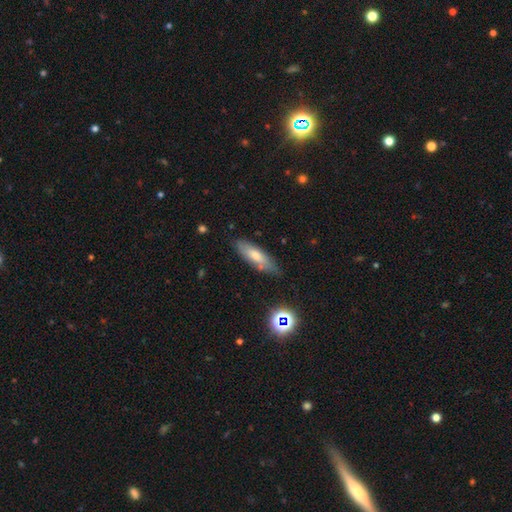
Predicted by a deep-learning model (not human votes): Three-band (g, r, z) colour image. It shows a smooth galaxy with no disk features (68%) that is in between round and cigar-shaped (49%, tied with cigar-shaped). Merging: none (74%).